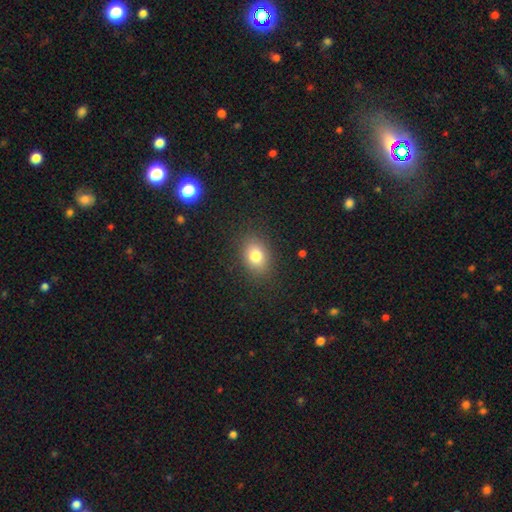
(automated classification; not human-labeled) This appears to be a smooth galaxy with no disk features (79%) that is in between round and cigar-shaped (70%). Merging: none (85%).